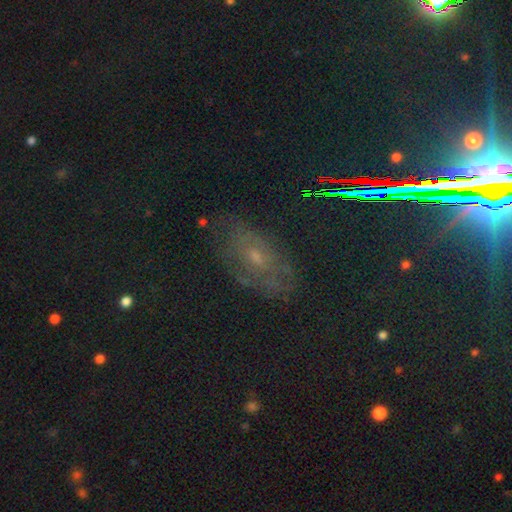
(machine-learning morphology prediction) A featured or disk galaxy (41%).

Vote fractions:
- Smooth or featured? featured or disk: 41% / star or artifact: 32% / smooth: 28%
- Merging? none: 70% / minor disturbance: 19% / major disturbance: 9% / merger: 2%